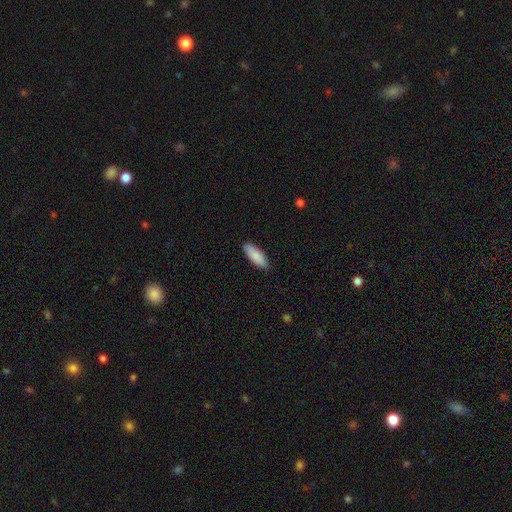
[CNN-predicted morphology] Smooth or featured? Predicted: smooth (p=0.88). How rounded? Predicted: in between (p=0.71). Merging? Predicted: none (p=0.88).